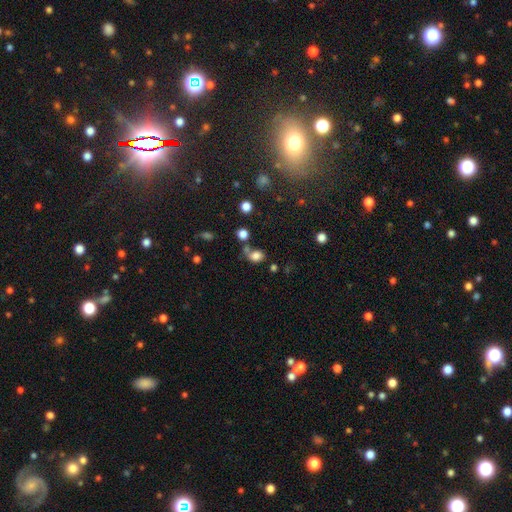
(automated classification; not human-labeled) A smooth galaxy with no disk features (79%) that is in between round and cigar-shaped (58%).

Vote fractions:
- Smooth or featured? smooth: 79% / star or artifact: 13% / featured or disk: 8%
- How rounded? in between: 58% / round: 41% / cigar-shaped: 1%
- Merging? none: 49% / merger: 26% / minor disturbance: 17% / major disturbance: 8%